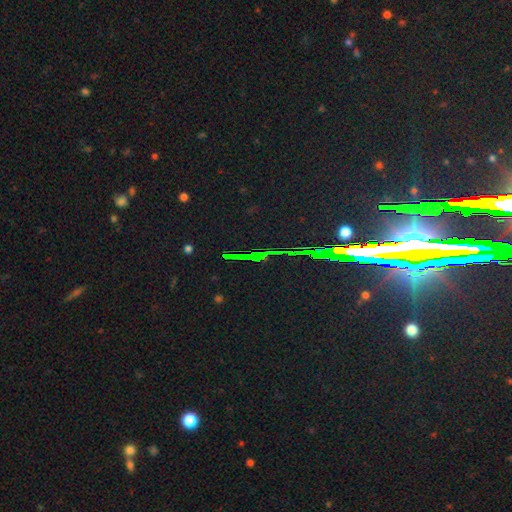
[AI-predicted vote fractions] Smooth or featured? Predicted: star or artifact (p=0.80).